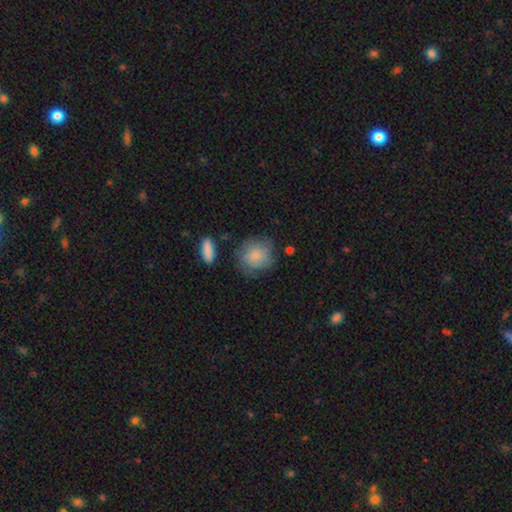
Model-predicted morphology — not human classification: smooth_or_featured: smooth (p=0.78) [alt: featured or disk p=0.16]
how_rounded: round (p=0.80) [alt: in between p=0.19]
merging: none (p=0.64) [alt: minor disturbance p=0.24]